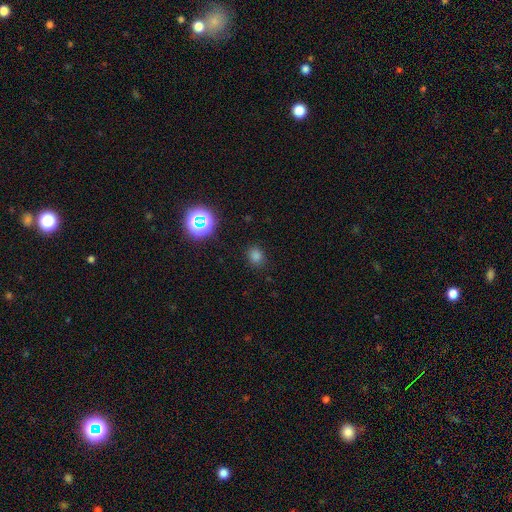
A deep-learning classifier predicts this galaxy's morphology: smooth-or-featured: smooth: 75% | star or artifact: 20% | featured or disk: 5%
  how-rounded: round: 65% | in between: 34% | cigar-shaped: 1%
  merging: none: 86% | minor disturbance: 10% | major disturbance: 3% | merger: 1%